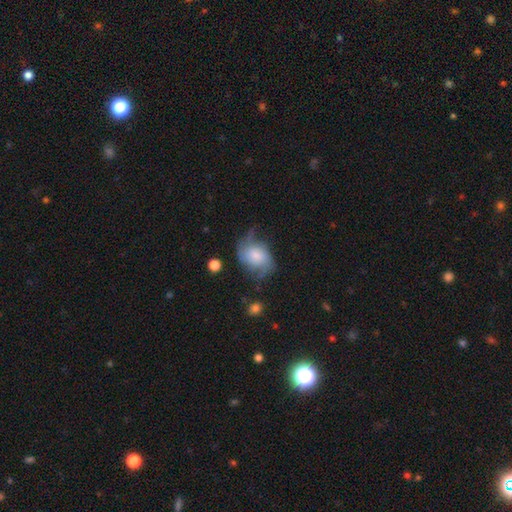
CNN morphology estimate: Smooth or featured: featured or disk — 57% (smooth — 35%)
Edge-on disk: no — 97% (yes — 3%)
Bar: no — 70% (weak — 26%)
Spiral arms: yes — 88% (no — 12%)
Bulge size: small — 34% (moderate — 30%)
Merging: none — 48% (minor disturbance — 29%)